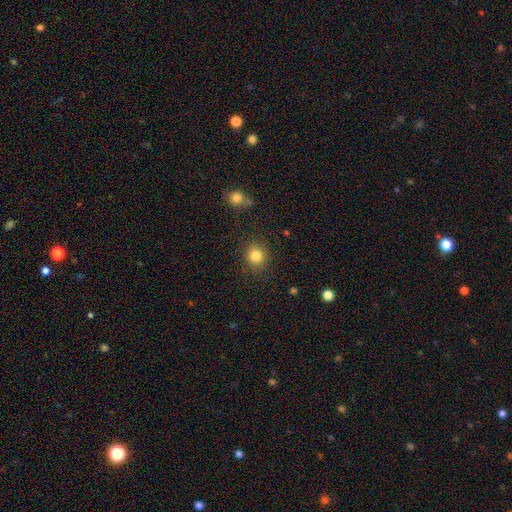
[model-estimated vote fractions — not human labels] Smooth or featured? Predicted: smooth (p=0.83). How rounded? Predicted: round (p=0.80). Merging? Predicted: none (p=0.86).